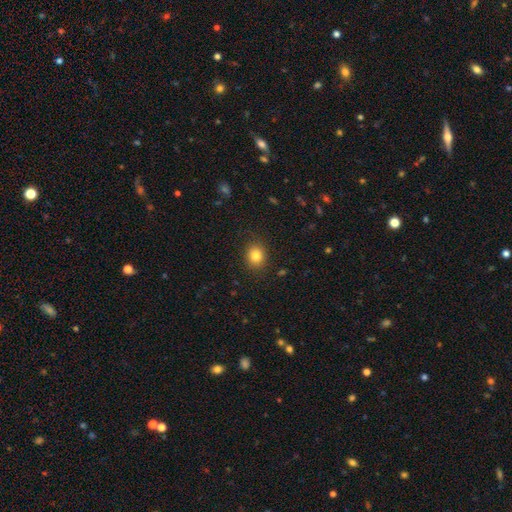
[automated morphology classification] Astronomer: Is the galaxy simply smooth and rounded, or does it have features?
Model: smooth — 83%.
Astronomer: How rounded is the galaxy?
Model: round — 65%.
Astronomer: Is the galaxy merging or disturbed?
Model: none — 88%.